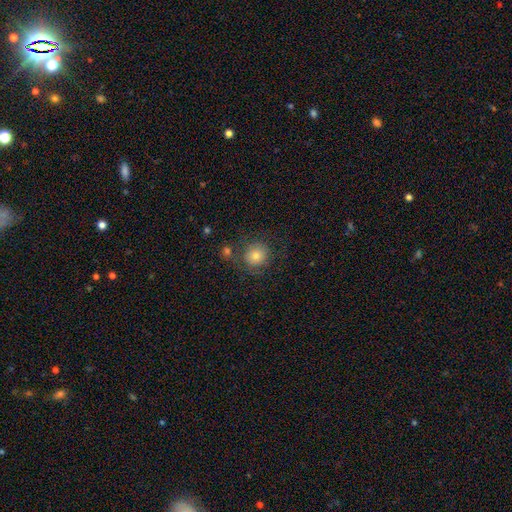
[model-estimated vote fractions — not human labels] Smooth or featured?
  - smooth: 74% *
  - featured or disk: 14%
  - star or artifact: 12%
How rounded?
  - round: 91% *
  - in between: 8%
  - cigar-shaped: 1%
Merging?
  - none: 75% *
  - minor disturbance: 12%
  - major disturbance: 7%
  - merger: 6%